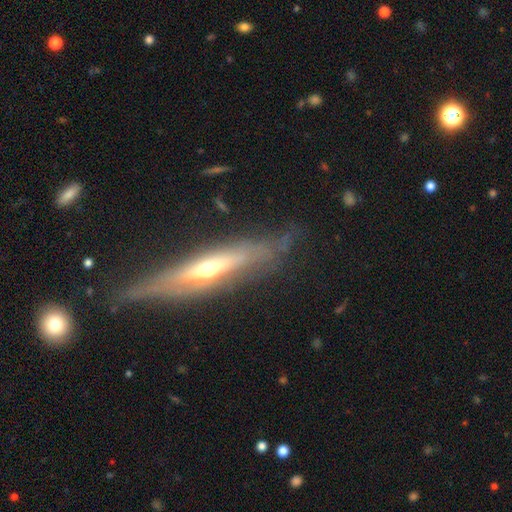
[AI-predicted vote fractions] smooth-or-featured: featured or disk: 78% | smooth: 16% | star or artifact: 6%
  disk-edge-on: yes: 85% | no: 15%
    edge-on-bulge: rounded: 76% | none: 18% | boxy: 6%
  merging: none: 73% | minor disturbance: 19% | major disturbance: 6% | merger: 2%